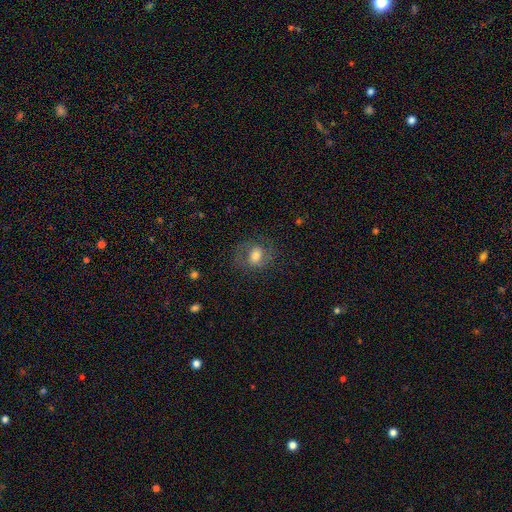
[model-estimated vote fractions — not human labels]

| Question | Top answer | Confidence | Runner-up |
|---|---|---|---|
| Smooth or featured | smooth | 48% | featured or disk (42%) |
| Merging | none | 68% | minor disturbance (18%) |